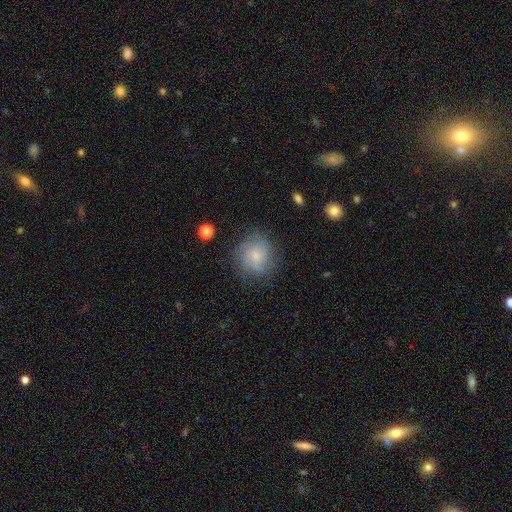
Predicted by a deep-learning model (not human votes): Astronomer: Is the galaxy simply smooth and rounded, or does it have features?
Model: smooth — 54% (runner-up: featured or disk, 35%).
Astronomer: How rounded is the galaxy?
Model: round — 88%.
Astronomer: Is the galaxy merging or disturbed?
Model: none — 72%.